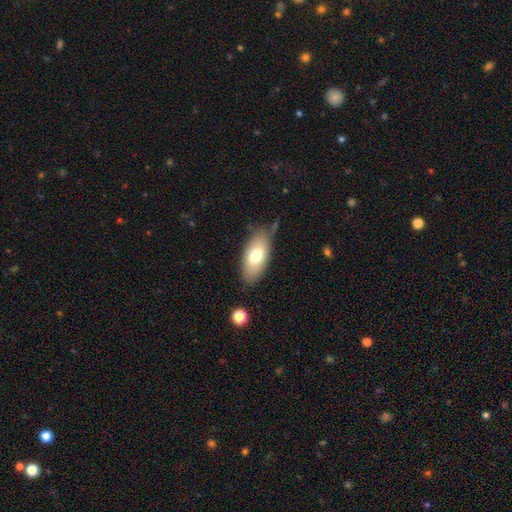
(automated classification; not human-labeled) smooth_or_featured: smooth (p=0.73) [alt: featured or disk p=0.20]
how_rounded: in between (p=0.89) [alt: cigar-shaped p=0.08]
merging: none (p=0.74) [alt: minor disturbance p=0.18]